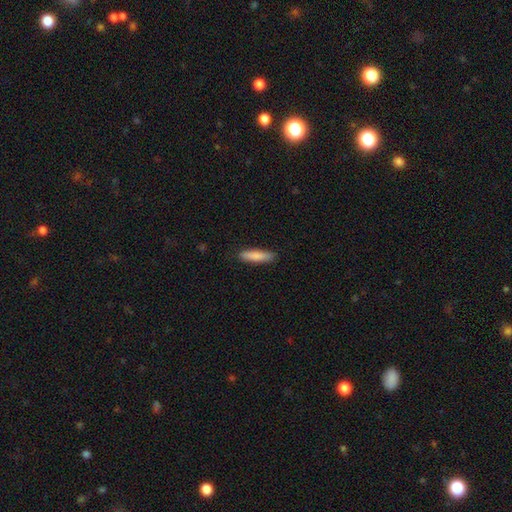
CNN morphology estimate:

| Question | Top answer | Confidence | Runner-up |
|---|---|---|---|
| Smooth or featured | smooth | 84% | featured or disk (10%) |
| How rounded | cigar-shaped | 77% | in between (21%) |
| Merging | none | 88% | minor disturbance (9%) |